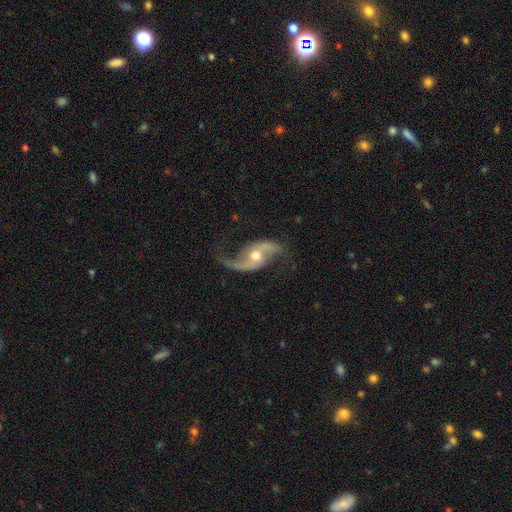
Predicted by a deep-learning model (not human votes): Overall: featured or disk (92%). Edge-on disk: no (97%). Bar: no (52%; weak 33%). Spiral arms: yes (98%). Spiral arm count: 2 (94%). Spiral winding: loose (73%). Bulge size: moderate (72%). Merging: none (75%).